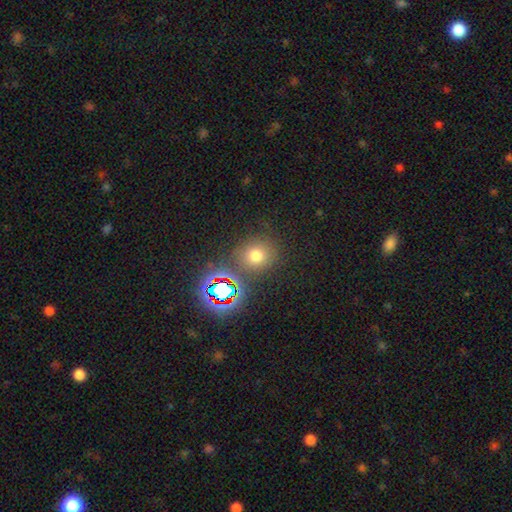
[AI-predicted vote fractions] Smooth or featured?
  - smooth: 65% *
  - star or artifact: 25%
  - featured or disk: 9%
How rounded?
  - round: 83% *
  - in between: 16%
  - cigar-shaped: 1%
Merging?
  - none: 78% *
  - minor disturbance: 10%
  - merger: 7%
  - major disturbance: 5%